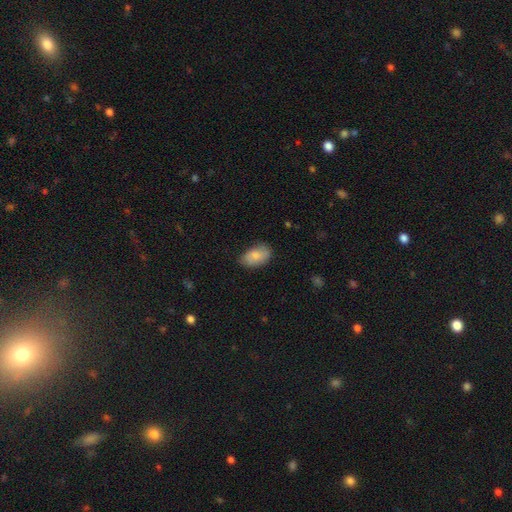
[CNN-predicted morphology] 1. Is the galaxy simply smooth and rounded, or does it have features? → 80% smooth, 13% featured or disk, 6% star or artifact.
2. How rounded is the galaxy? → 93% in between, 6% round, 2% cigar-shaped.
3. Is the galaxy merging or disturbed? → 75% none, 20% minor disturbance, 3% major disturbance, 1% merger.